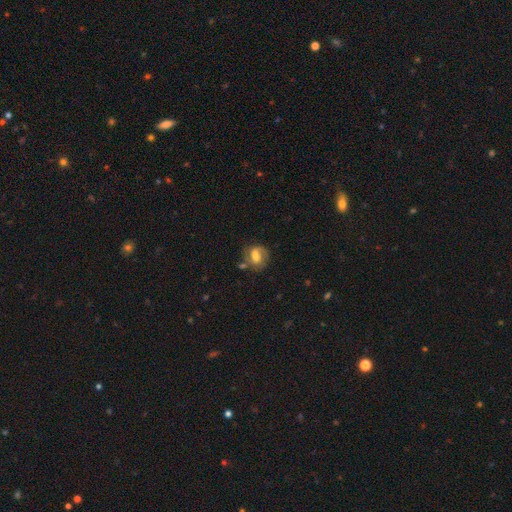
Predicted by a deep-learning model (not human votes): Smooth or featured: smooth — 53% (featured or disk — 37%)
How rounded: in between — 58% (round — 39%)
Merging: none — 57% (minor disturbance — 22%)